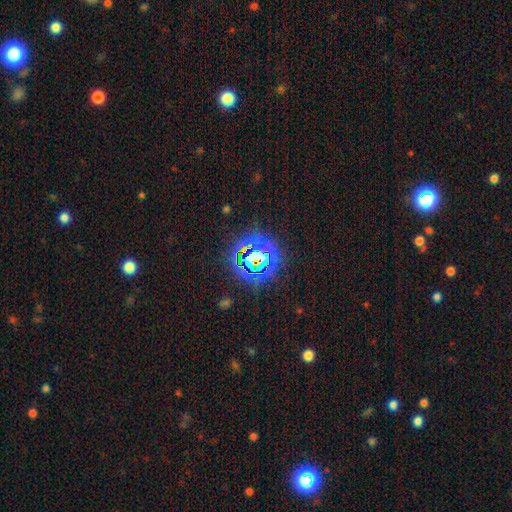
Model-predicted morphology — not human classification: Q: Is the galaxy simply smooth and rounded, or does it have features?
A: star or artifact — 76%.